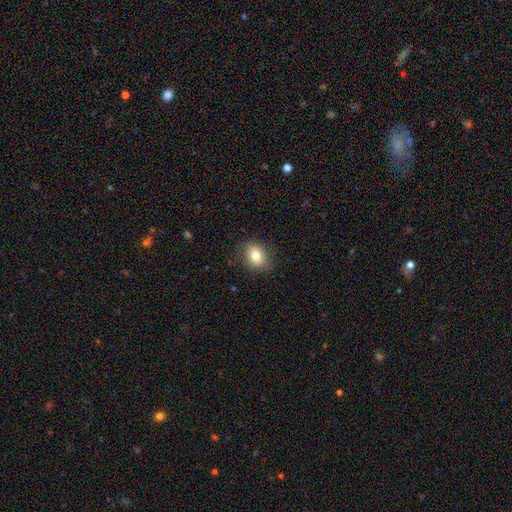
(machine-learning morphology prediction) Smooth or featured: smooth — 79% (featured or disk — 12%)
How rounded: in between — 59% (round — 40%)
Merging: none — 82% (minor disturbance — 13%)